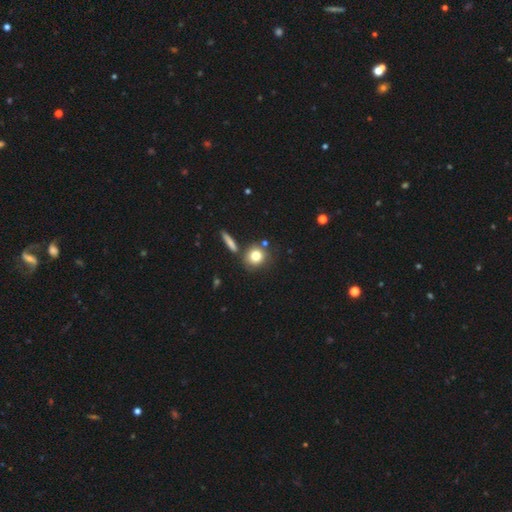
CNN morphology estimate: Smooth or featured? Predicted: smooth (p=0.77). How rounded? Predicted: round (p=0.85). Merging? Predicted: none (p=0.72).